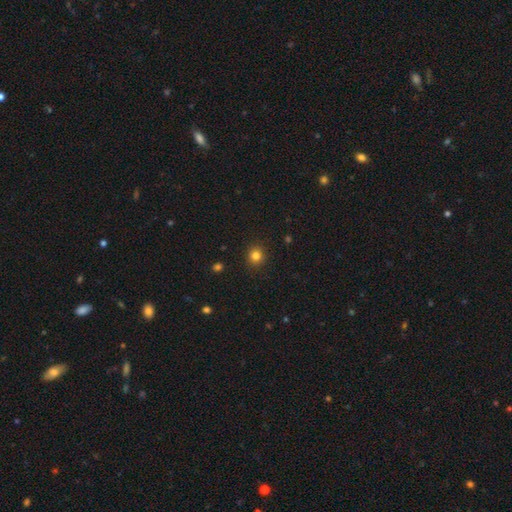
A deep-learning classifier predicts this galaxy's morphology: Smooth or featured?
  - smooth: 82% *
  - star or artifact: 13%
  - featured or disk: 4%
How rounded?
  - round: 91% *
  - in between: 8%
  - cigar-shaped: 1%
Merging?
  - none: 91% *
  - minor disturbance: 6%
  - major disturbance: 2%
  - merger: 1%